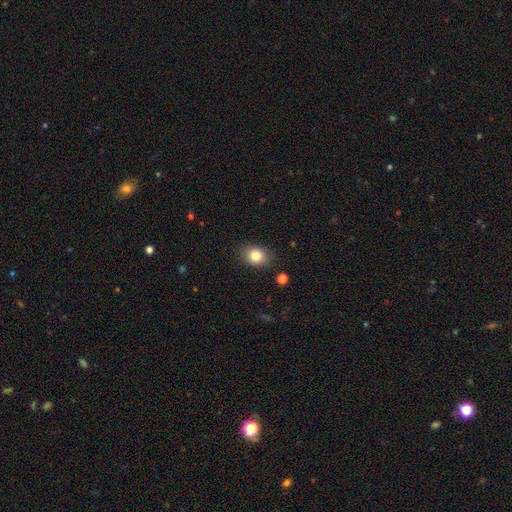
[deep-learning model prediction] This appears to be a smooth galaxy with no disk features (83%) that is in between round and cigar-shaped (63%). Merging: none (85%).